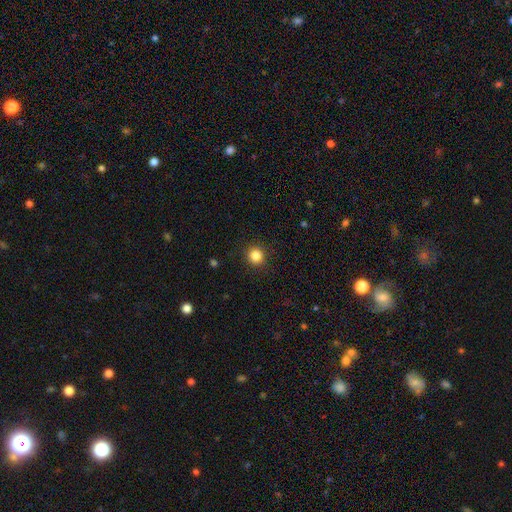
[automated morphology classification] Q: Smooth or featured?
A: smooth (85%); runner-up: star or artifact (11%)
Q: How rounded?
A: round (94%); runner-up: in between (5%)
Q: Merging?
A: none (92%); runner-up: minor disturbance (5%)